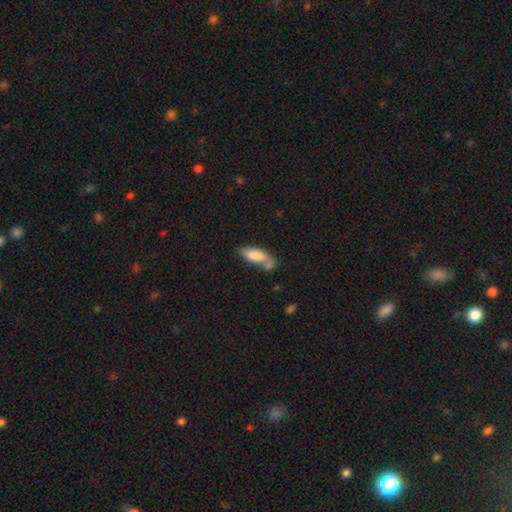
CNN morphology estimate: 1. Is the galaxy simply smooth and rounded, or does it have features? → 79% smooth, 14% featured or disk, 7% star or artifact.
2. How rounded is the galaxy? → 74% in between, 23% cigar-shaped, 3% round.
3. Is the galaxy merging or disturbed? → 36% none, 32% merger, 21% minor disturbance, 11% major disturbance.